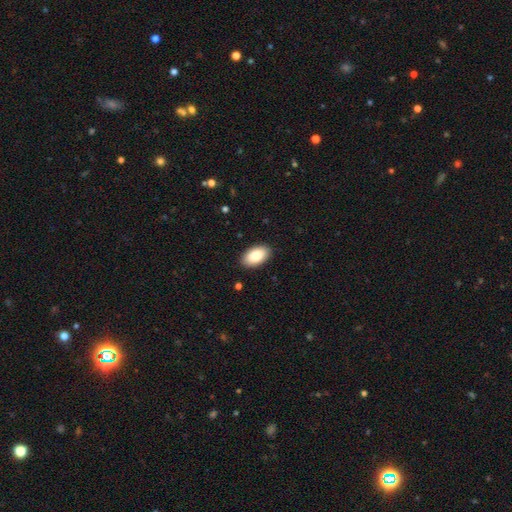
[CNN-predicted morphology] This appears to be a smooth galaxy with no disk features (87%) that is in between round and cigar-shaped (95%). Merging: none (89%).